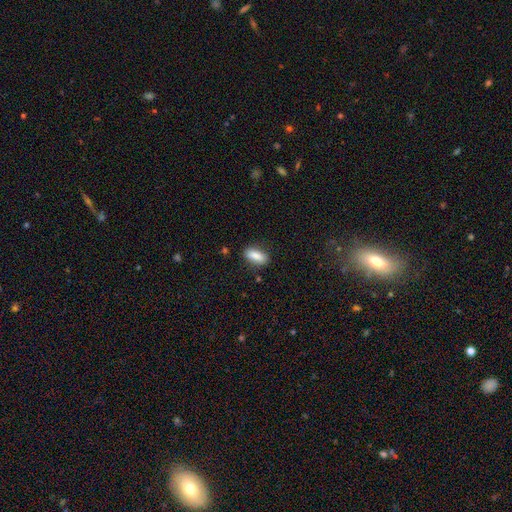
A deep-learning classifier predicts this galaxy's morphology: Smooth or featured? Predicted: smooth (p=0.86). How rounded? Predicted: in between (p=0.81). Merging? Predicted: none (p=0.82).